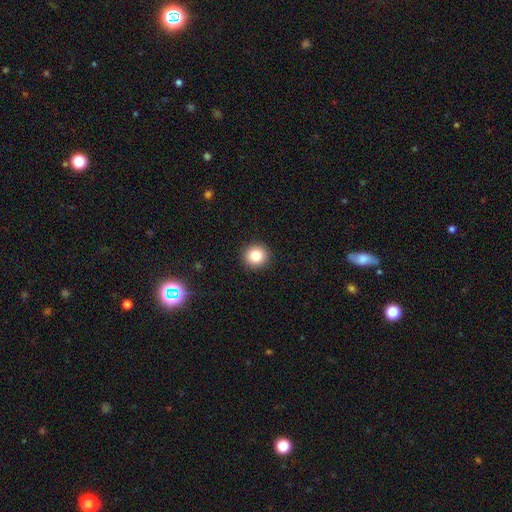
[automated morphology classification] This is clearly a smooth galaxy (84%). How rounded: clearly round (92%). Merging: clearly none (92%).